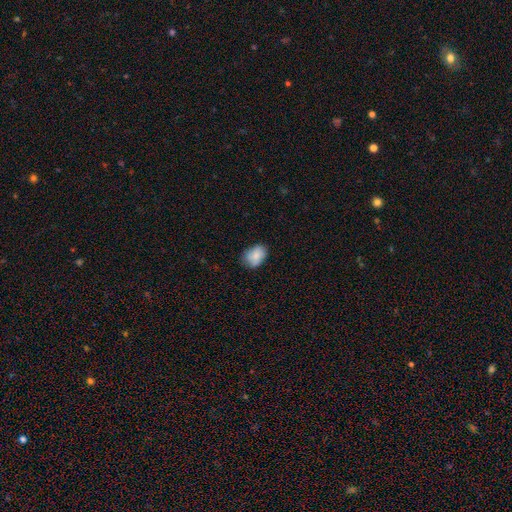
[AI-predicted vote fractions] This appears to be a smooth galaxy with no disk features (83%) that is in between round and cigar-shaped (75%). Merging: none (73%).